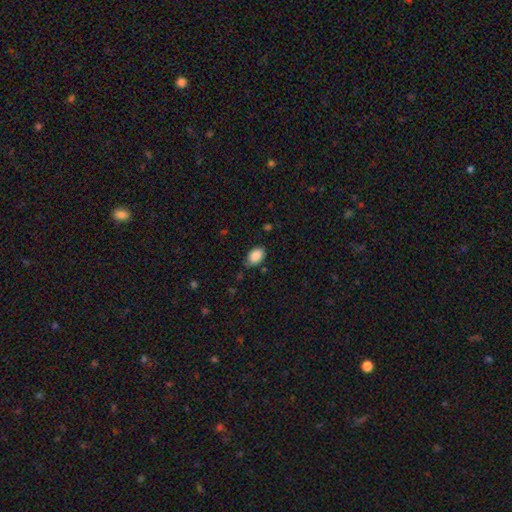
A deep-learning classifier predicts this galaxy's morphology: A smooth galaxy with no disk features (89%) that is in between round and cigar-shaped (88%). Merging: none (77%).